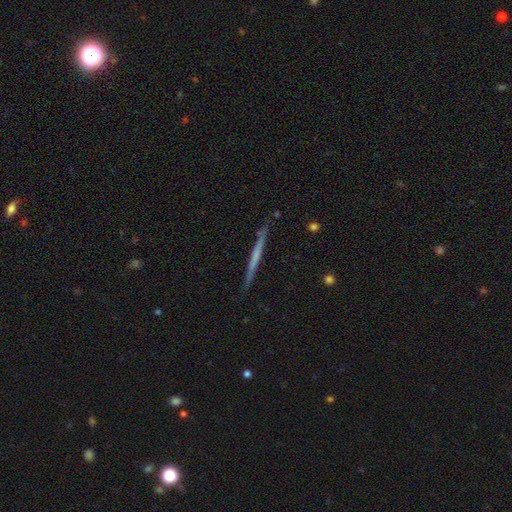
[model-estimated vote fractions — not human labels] Smooth or featured? Predicted: featured or disk (p=0.56). Edge-on disk? Predicted: yes (p=0.97). Edge-on bulge? Predicted: none (p=0.86). Merging? Predicted: none (p=0.88).